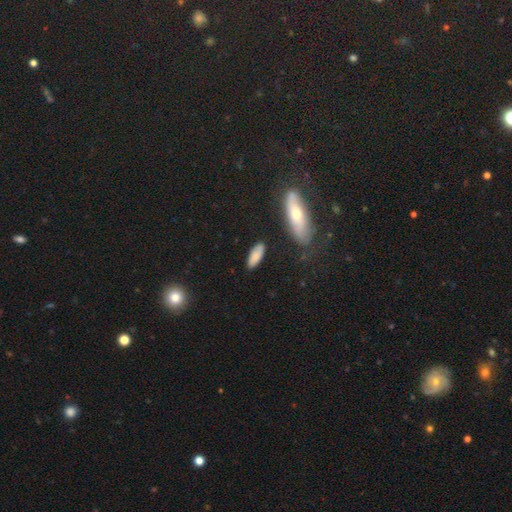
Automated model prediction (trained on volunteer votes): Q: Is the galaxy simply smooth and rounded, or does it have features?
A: smooth — 83%.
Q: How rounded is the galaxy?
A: in between — 70%.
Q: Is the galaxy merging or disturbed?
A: none — 84%.